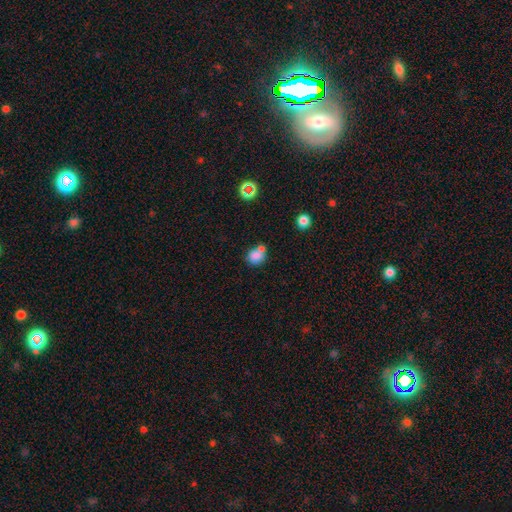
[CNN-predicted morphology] Smooth or featured: smooth — 79% (star or artifact — 12%)
How rounded: round — 69% (in between — 30%)
Merging: none — 45% (merger — 37%)